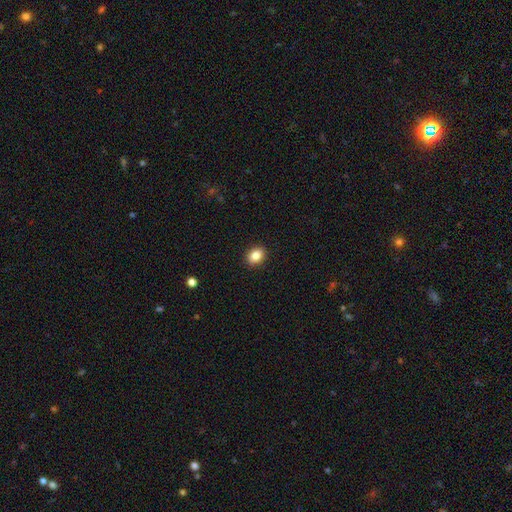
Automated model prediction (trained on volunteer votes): smooth_or_featured: smooth (p=0.86) [alt: star or artifact p=0.09]
how_rounded: in between (p=0.59) [alt: round p=0.40]
merging: none (p=0.91) [alt: minor disturbance p=0.06]